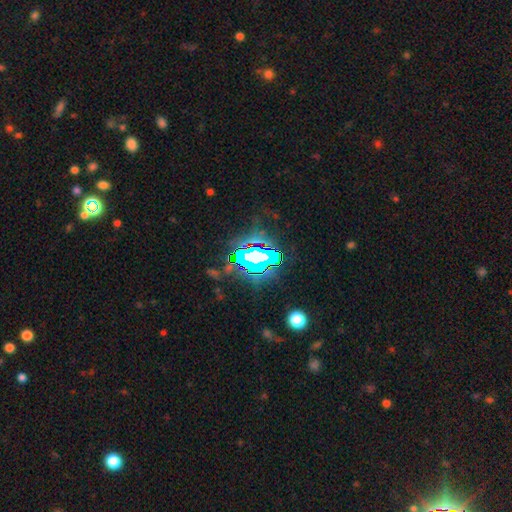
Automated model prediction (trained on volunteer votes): Smooth or featured: star or artifact — 70% (featured or disk — 18%)